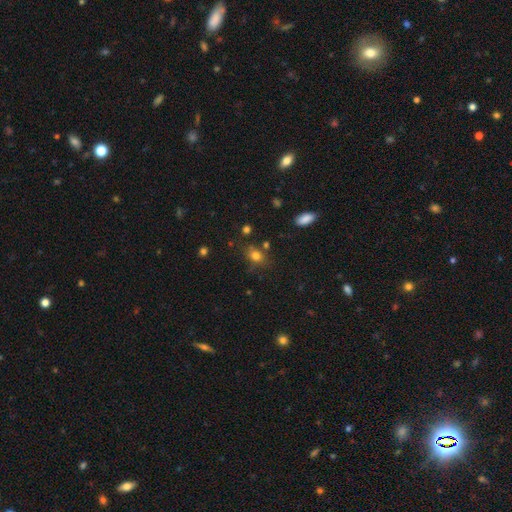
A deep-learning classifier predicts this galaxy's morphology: Smooth or featured: smooth — 77% (star or artifact — 13%)
How rounded: in between — 61% (round — 37%)
Merging: none — 68% (minor disturbance — 19%)